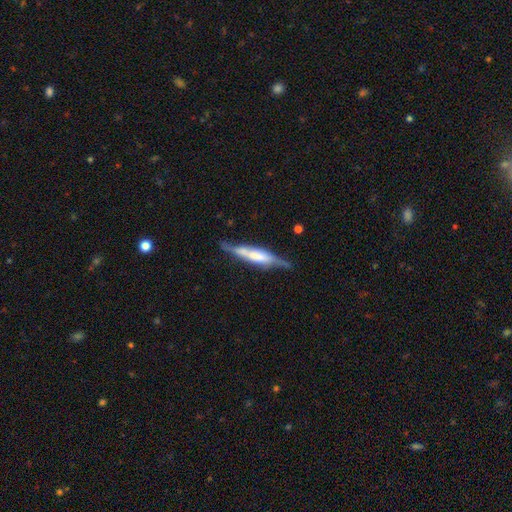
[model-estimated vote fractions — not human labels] smooth_or_featured: featured or disk (p=0.63) [alt: smooth p=0.31]
disk_edge_on: yes (p=0.88) [alt: no p=0.12]
edge_on_bulge: boxy (p=0.62) [alt: rounded p=0.23]
merging: none (p=0.68) [alt: minor disturbance p=0.23]